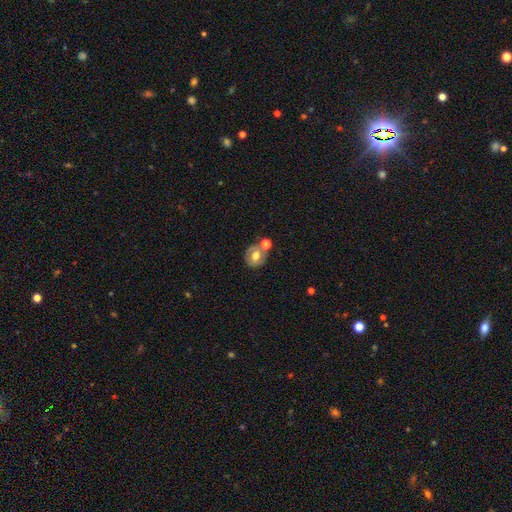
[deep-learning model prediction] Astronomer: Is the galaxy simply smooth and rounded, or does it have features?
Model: smooth — 60%.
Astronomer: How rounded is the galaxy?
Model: round — 71%.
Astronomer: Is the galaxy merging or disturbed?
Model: none — 57%.